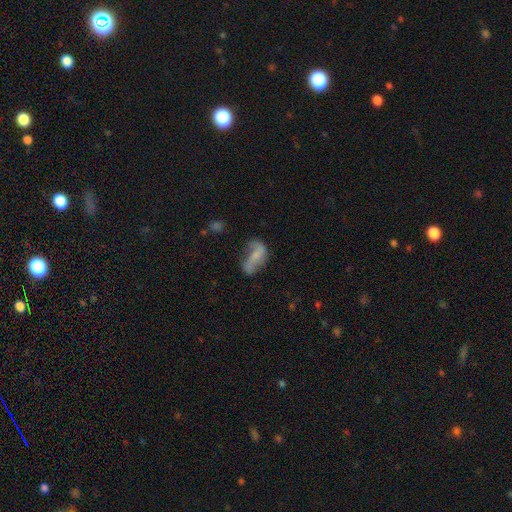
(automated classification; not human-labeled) Overall: featured or disk (56%; smooth 36%). Edge-on disk: no (94%). Bar: no (44%; weak 34%). Spiral arms: yes (75%). Bulge size: small (45%; none 31%). Merging: none (46%; minor disturbance 27%).